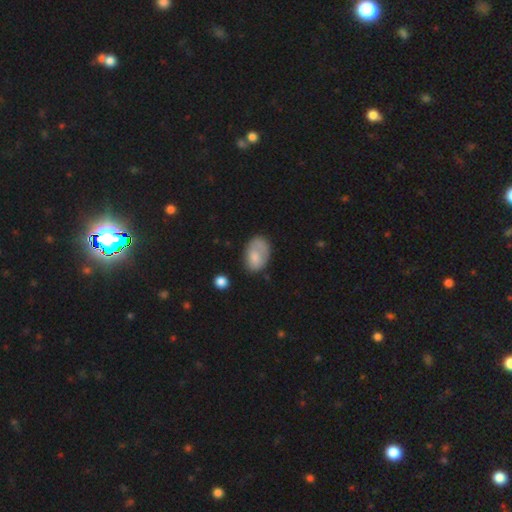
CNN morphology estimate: Smooth or featured?
  - smooth: 72% *
  - featured or disk: 21%
  - star or artifact: 7%
How rounded?
  - in between: 88% *
  - round: 11%
  - cigar-shaped: 1%
Merging?
  - none: 50% *
  - minor disturbance: 29%
  - major disturbance: 16%
  - merger: 5%